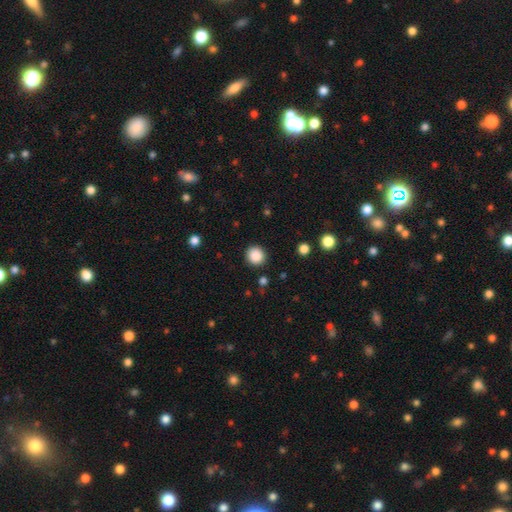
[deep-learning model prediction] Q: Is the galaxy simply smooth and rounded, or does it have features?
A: smooth — 87%.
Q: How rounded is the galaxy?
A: round — 92%.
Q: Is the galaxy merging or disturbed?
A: none — 90%.